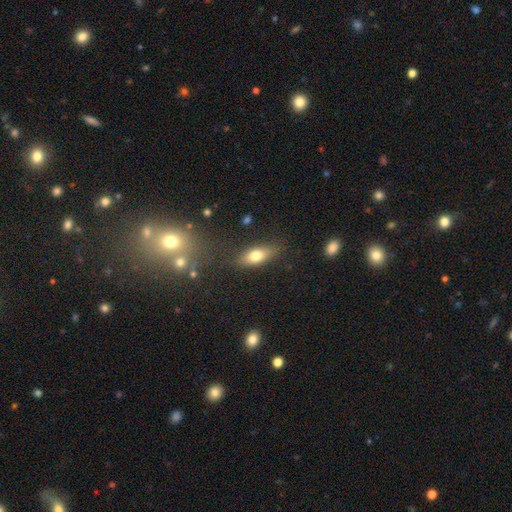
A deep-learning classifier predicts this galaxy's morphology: type=smooth (71%); roundness=in between (73%); merging=none (78%).